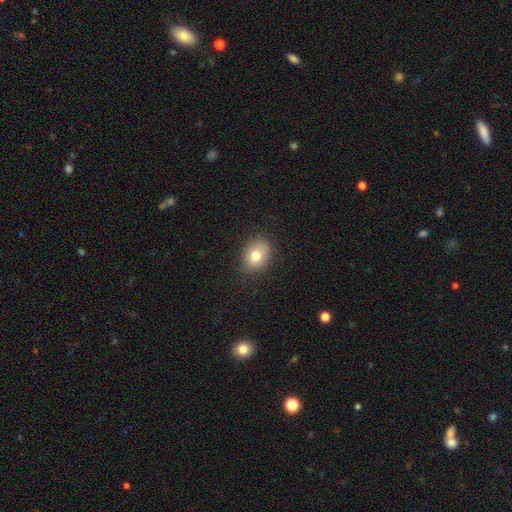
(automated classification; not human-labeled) A smooth galaxy with no disk features (76%) that is in between round and cigar-shaped (53%).

Vote fractions:
- Smooth or featured? smooth: 76% / featured or disk: 13% / star or artifact: 11%
- How rounded? in between: 53% / round: 46% / cigar-shaped: 1%
- Merging? none: 82% / minor disturbance: 13% / major disturbance: 3% / merger: 1%